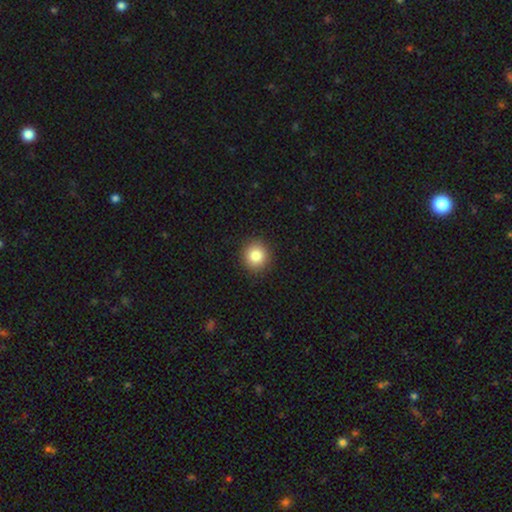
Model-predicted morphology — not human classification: A smooth galaxy with no disk features (85%) that is round (90%). Merging: none (91%).